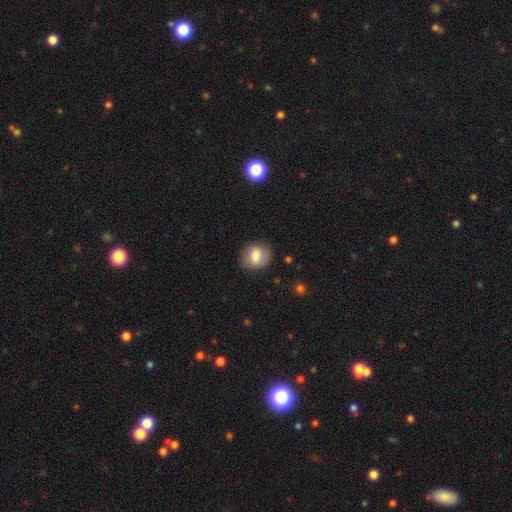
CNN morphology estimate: The model was most divided on "how rounded": round: 71%, in between: 28%, cigar-shaped: 1%. More confident: merging — none (82%); smooth or featured — smooth (75%).